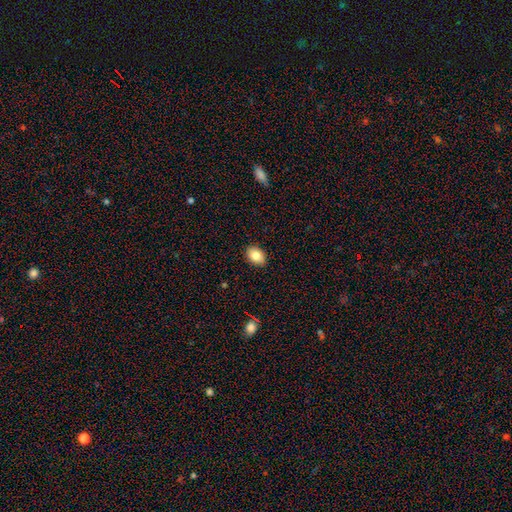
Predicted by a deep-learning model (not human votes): This is clearly a smooth galaxy (83%). How rounded: likely in between (76%). Merging: clearly none (89%).